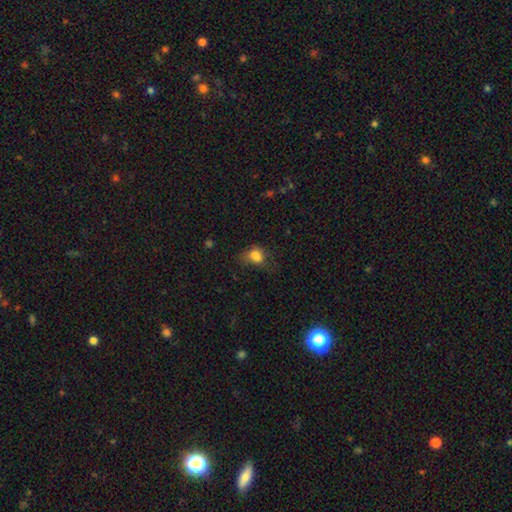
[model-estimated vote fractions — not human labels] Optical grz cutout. It shows a smooth galaxy with no disk features (74%) that is in between round and cigar-shaped (62%). Merging: none (34%).